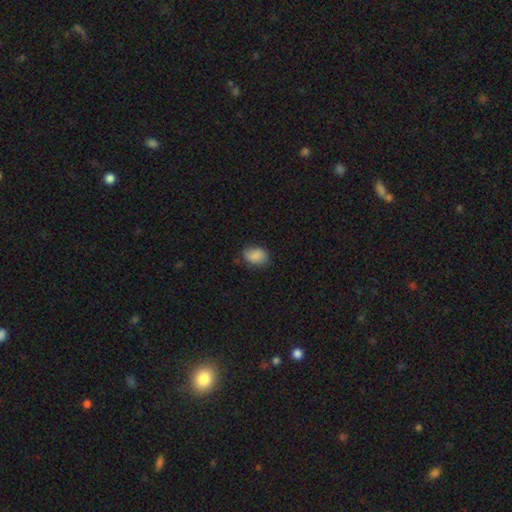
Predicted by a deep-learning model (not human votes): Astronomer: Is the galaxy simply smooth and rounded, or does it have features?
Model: smooth — 86%.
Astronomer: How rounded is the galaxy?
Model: in between — 71%.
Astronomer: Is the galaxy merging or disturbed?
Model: none — 73%.